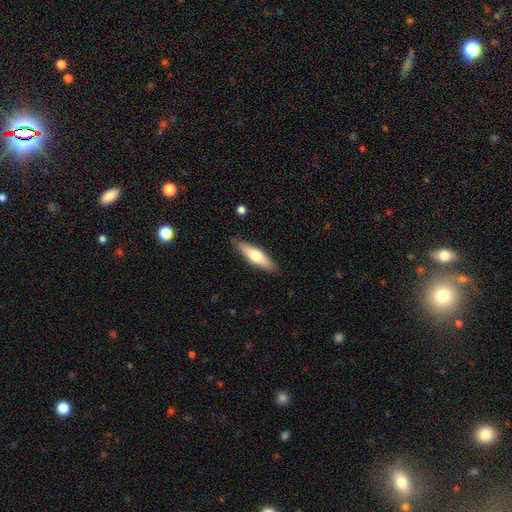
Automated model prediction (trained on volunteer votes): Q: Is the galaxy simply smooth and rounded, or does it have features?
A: smooth — 58%.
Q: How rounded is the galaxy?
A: cigar-shaped — 63%.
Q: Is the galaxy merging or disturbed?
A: none — 86%.